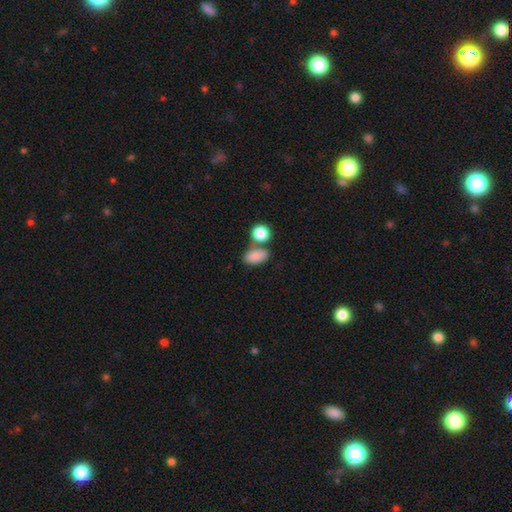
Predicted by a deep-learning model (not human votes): Overall: smooth (87%). How rounded: in between (86%). Merging: none (54%; merger 27%).